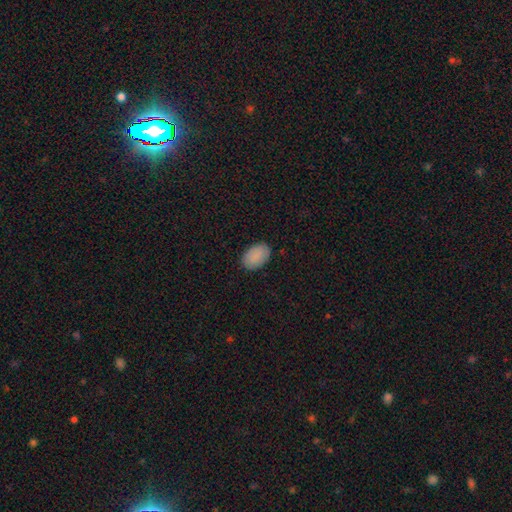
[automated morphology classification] Smooth or featured?
  - smooth: 89% *
  - star or artifact: 6%
  - featured or disk: 5%
How rounded?
  - in between: 90% *
  - round: 9%
  - cigar-shaped: 1%
Merging?
  - none: 87% *
  - minor disturbance: 10%
  - major disturbance: 2%
  - merger: 1%